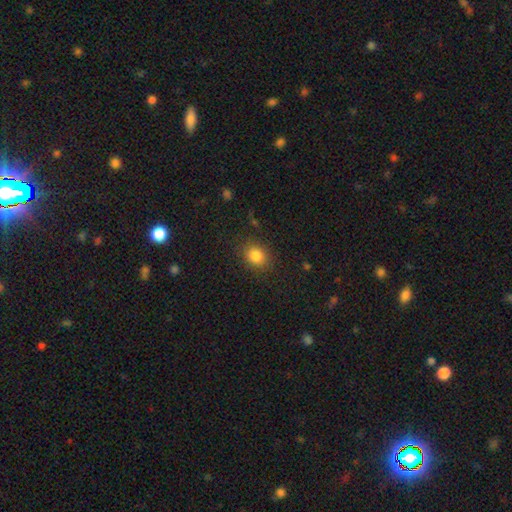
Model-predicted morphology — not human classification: smooth-or-featured: smooth: 84% | star or artifact: 11% | featured or disk: 5%
  how-rounded: round: 54% | in between: 45% | cigar-shaped: 1%
  merging: none: 84% | minor disturbance: 11% | major disturbance: 4% | merger: 1%